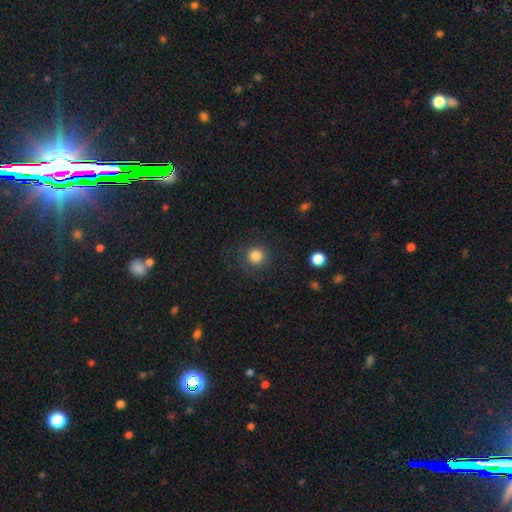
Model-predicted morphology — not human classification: Smooth or featured: smooth — 84% (star or artifact — 11%)
How rounded: round — 92% (in between — 7%)
Merging: none — 82% (minor disturbance — 10%)